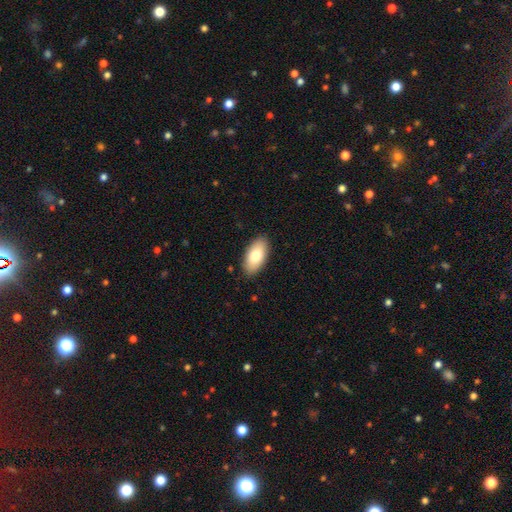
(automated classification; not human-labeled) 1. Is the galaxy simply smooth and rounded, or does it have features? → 79% smooth, 15% featured or disk, 6% star or artifact.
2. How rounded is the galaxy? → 93% in between, 4% cigar-shaped, 3% round.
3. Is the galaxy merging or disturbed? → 88% none, 9% minor disturbance, 2% major disturbance, 1% merger.